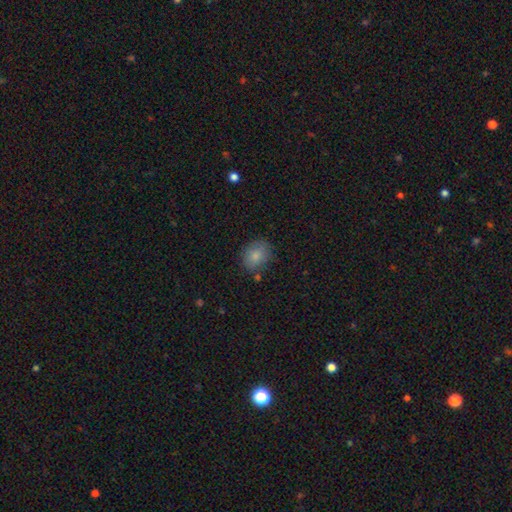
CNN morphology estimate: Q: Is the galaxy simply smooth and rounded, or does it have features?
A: smooth — 83%.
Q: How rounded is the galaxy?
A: in between — 51%.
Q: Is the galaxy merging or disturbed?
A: none — 73%.